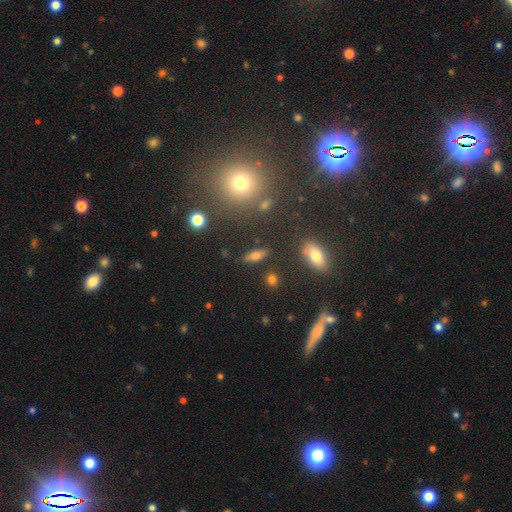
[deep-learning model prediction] smooth 61%, featured or disk 25%, star or artifact 14%. Down the decision tree: how rounded — in between (60%); merging — none (82%).